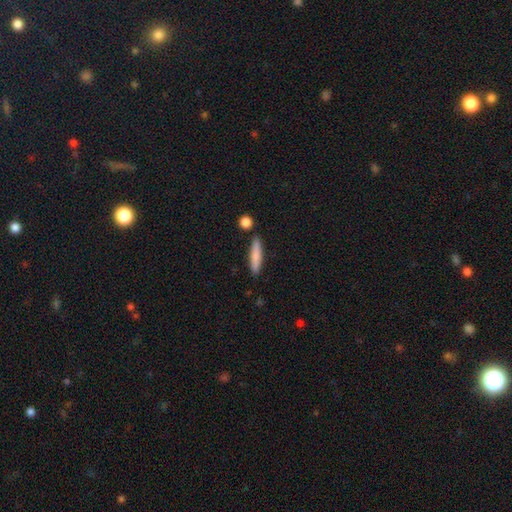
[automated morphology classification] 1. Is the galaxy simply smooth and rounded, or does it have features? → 78% smooth, 16% featured or disk, 6% star or artifact.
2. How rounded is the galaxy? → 85% cigar-shaped, 13% in between, 2% round.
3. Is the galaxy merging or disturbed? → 85% none, 9% minor disturbance, 4% merger, 2% major disturbance.